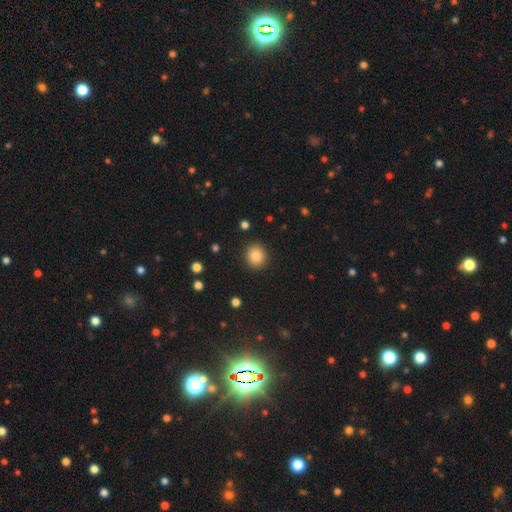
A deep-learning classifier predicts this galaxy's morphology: Q: Smooth or featured?
A: smooth (84%); runner-up: star or artifact (10%)
Q: How rounded?
A: round (82%); runner-up: in between (17%)
Q: Merging?
A: none (91%); runner-up: minor disturbance (6%)